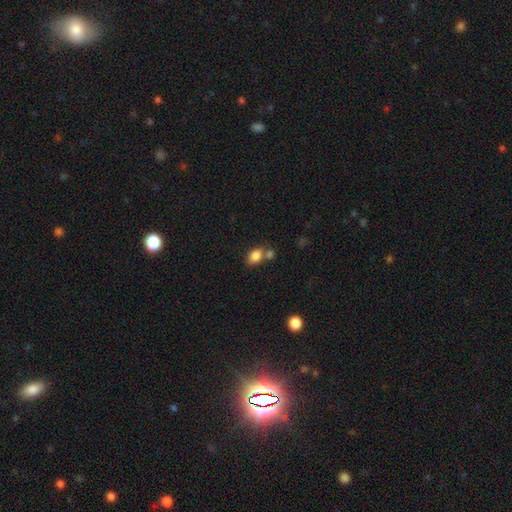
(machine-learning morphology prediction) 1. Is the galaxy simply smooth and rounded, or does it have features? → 83% smooth, 9% star or artifact, 7% featured or disk.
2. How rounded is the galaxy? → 78% in between, 21% round, 1% cigar-shaped.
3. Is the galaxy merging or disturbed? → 50% none, 34% merger, 12% minor disturbance, 4% major disturbance.